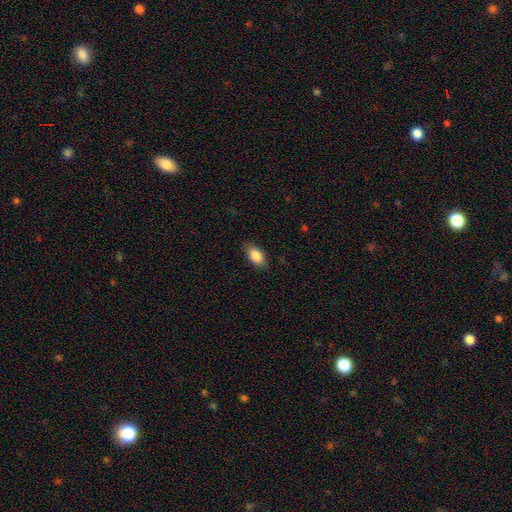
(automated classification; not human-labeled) This is clearly a smooth galaxy (87%). How rounded: clearly in between (91%). Merging: clearly none (85%).